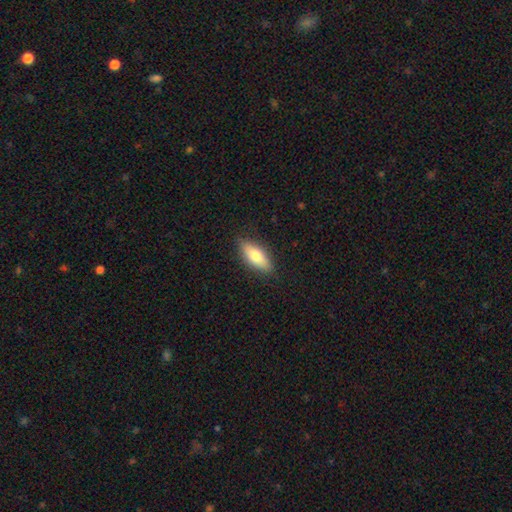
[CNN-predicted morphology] smooth-or-featured: smooth: 71% | featured or disk: 23% | star or artifact: 6%
  how-rounded: in between: 75% | cigar-shaped: 22% | round: 3%
  merging: none: 85% | minor disturbance: 11% | major disturbance: 2% | merger: 1%